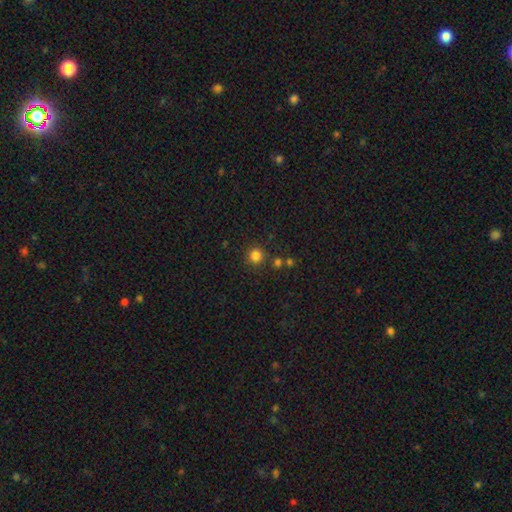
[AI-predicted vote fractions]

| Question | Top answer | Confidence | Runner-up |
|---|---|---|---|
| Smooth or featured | smooth | 82% | star or artifact (14%) |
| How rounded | round | 94% | in between (5%) |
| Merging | none | 85% | minor disturbance (6%) |